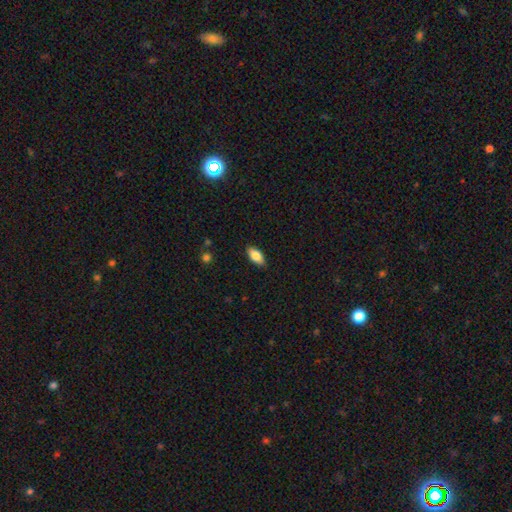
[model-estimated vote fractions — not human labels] smooth_or_featured: smooth (p=0.82) [alt: featured or disk p=0.12]
how_rounded: in between (p=0.90) [alt: cigar-shaped p=0.08]
merging: none (p=0.87) [alt: minor disturbance p=0.10]